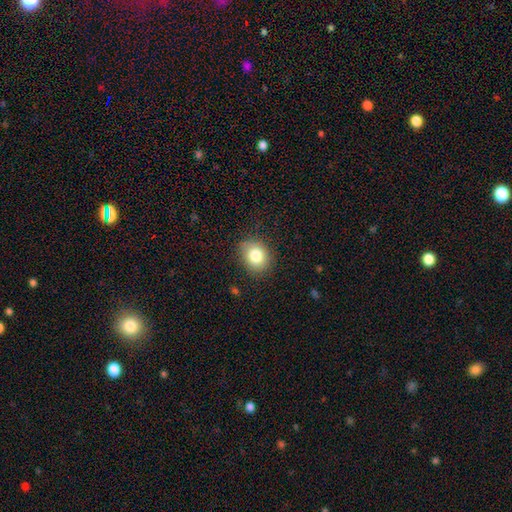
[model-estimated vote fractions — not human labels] smooth_or_featured: smooth (p=0.83) [alt: star or artifact p=0.09]
how_rounded: round (p=0.54) [alt: in between p=0.45]
merging: none (p=0.83) [alt: minor disturbance p=0.12]